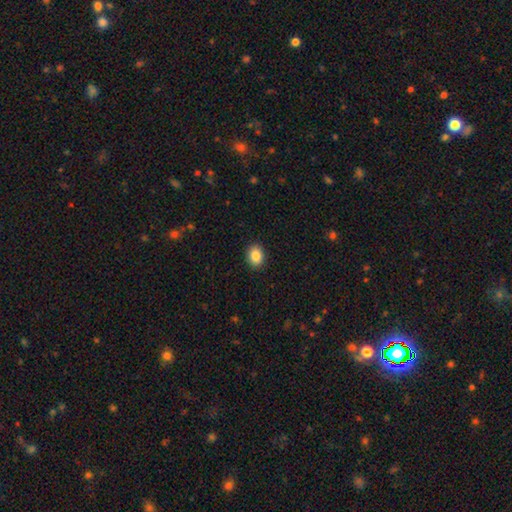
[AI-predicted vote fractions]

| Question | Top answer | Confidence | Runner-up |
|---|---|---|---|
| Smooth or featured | smooth | 87% | star or artifact (9%) |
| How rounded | in between | 54% | round (45%) |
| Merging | none | 91% | minor disturbance (6%) |